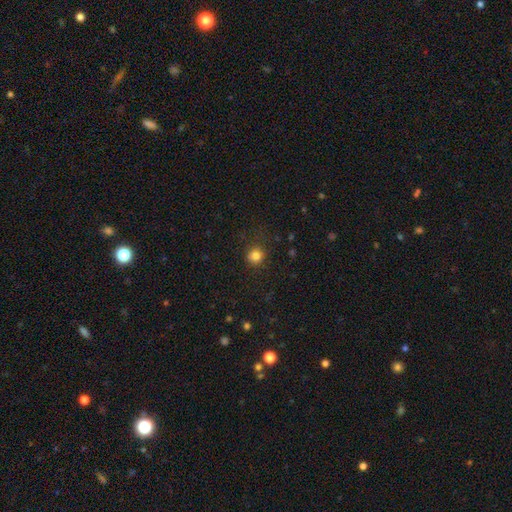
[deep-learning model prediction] The model was most divided on "smooth or featured": smooth: 81%, star or artifact: 13%, featured or disk: 6%. More confident: how rounded — round (86%); merging — none (82%).